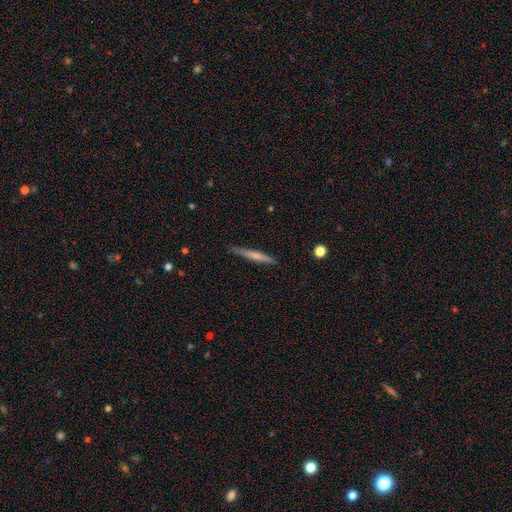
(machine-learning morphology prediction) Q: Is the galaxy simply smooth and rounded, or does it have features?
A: smooth — 56%.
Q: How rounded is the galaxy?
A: cigar-shaped — 95%.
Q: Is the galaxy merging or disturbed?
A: none — 86%.